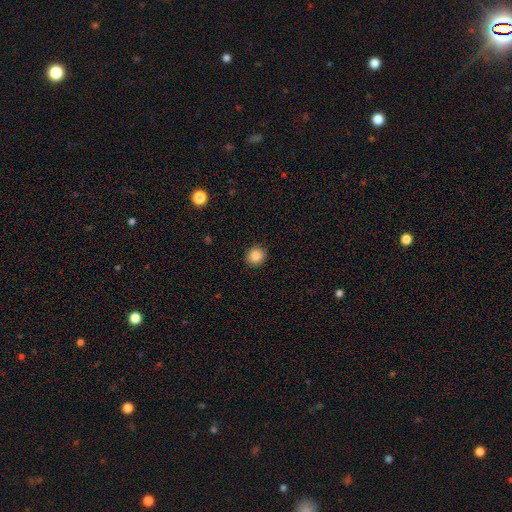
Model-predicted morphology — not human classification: type=smooth (85%); roundness=round (87%); merging=none (92%).